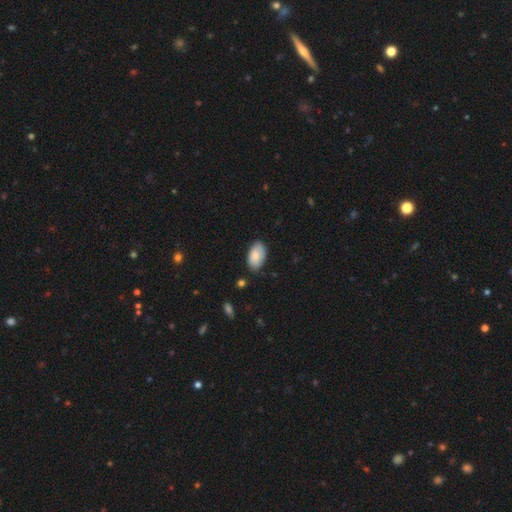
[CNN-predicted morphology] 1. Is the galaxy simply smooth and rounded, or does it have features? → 80% smooth, 14% featured or disk, 6% star or artifact.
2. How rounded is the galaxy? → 94% in between, 4% round, 1% cigar-shaped.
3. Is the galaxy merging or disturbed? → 77% none, 18% minor disturbance, 3% major disturbance, 2% merger.